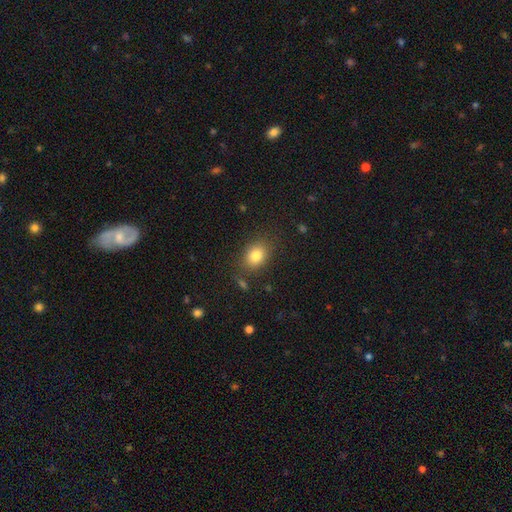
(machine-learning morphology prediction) Smooth or featured?
  - smooth: 82% *
  - star or artifact: 10%
  - featured or disk: 7%
How rounded?
  - in between: 60% *
  - round: 39%
  - cigar-shaped: 1%
Merging?
  - none: 81% *
  - minor disturbance: 12%
  - major disturbance: 4%
  - merger: 3%